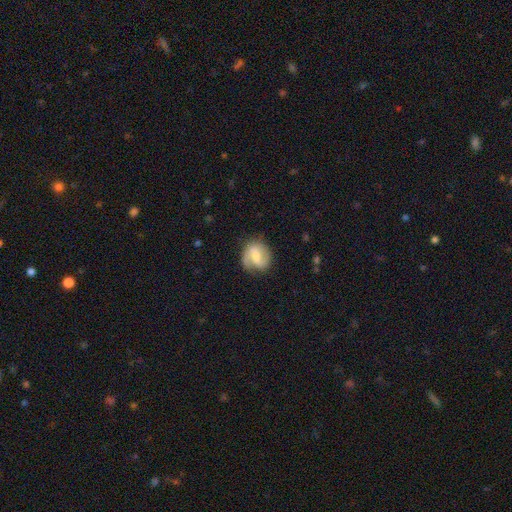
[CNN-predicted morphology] Smooth or featured? featured or disk (70%)
Edge-on disk? no (98%)
Bar? weak (51%)
Spiral arms? yes (92%)
Spiral winding? medium (47%)
Spiral arm count? 2 (72%)
Bulge size? small (41%)
Merging? none (71%)